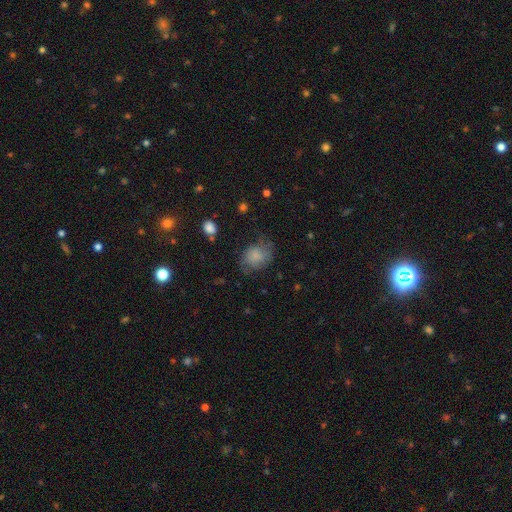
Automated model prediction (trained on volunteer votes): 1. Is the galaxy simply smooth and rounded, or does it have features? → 67% smooth, 24% featured or disk, 9% star or artifact.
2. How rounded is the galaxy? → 55% round, 44% in between, 1% cigar-shaped.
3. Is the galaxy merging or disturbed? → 53% none, 29% minor disturbance, 16% major disturbance, 2% merger.